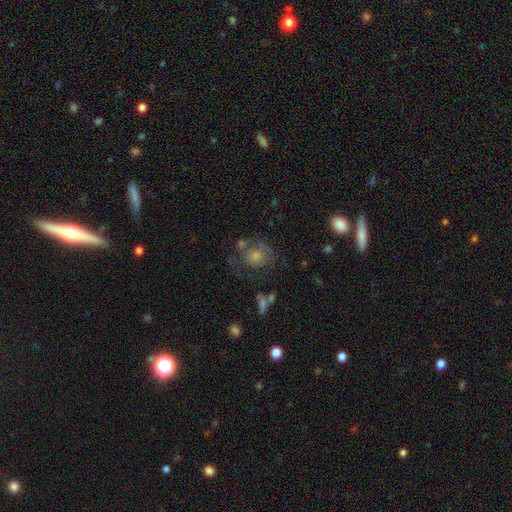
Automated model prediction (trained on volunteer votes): featured or disk 44%, smooth 37%, star or artifact 18%. Down the decision tree: merging — none (60%).